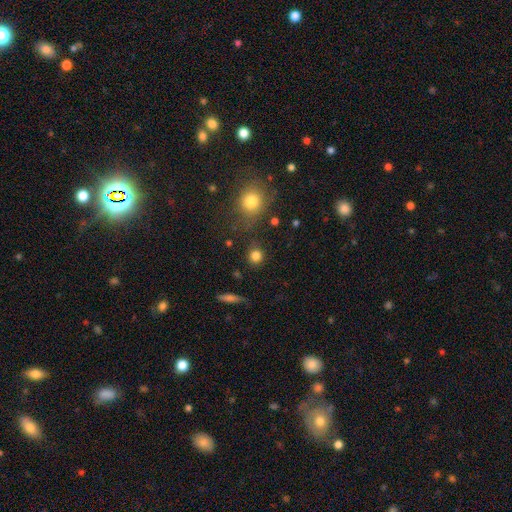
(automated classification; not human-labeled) A smooth galaxy with no disk features (83%) that is round (87%). Merging: none (83%).